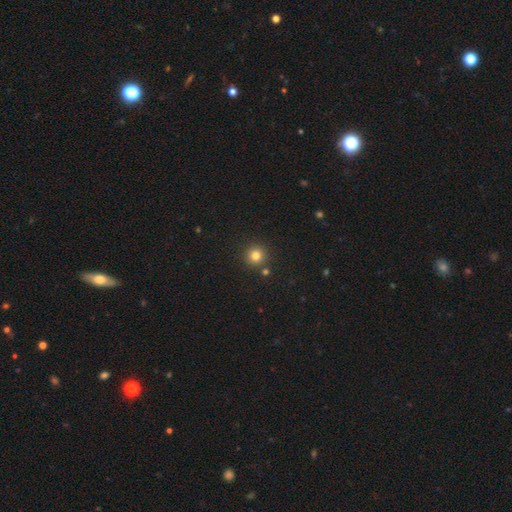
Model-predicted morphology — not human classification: Overall: smooth (80%). How rounded: round (94%). Merging: none (86%).